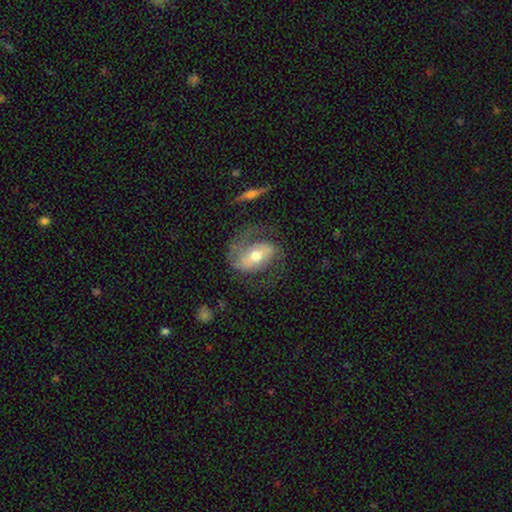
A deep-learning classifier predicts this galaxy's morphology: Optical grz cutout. It shows a featured or disk galaxy (71%) with a strong bar (37%), 2 (72%) medium (46%) spiral arms (85%) and a moderate central bulge (67%). Merging: none (54%).